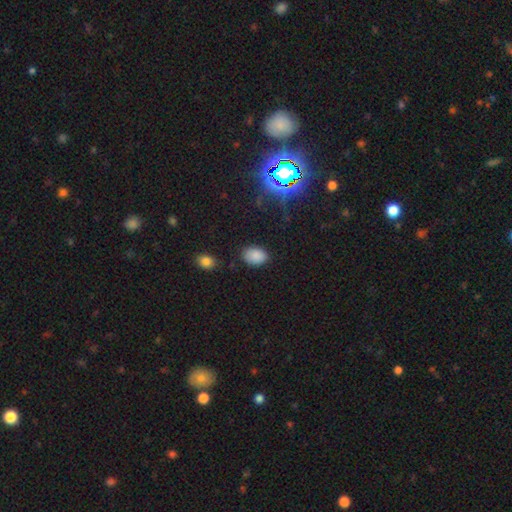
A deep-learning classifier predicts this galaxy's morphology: smooth-or-featured: smooth: 83% | star or artifact: 12% | featured or disk: 5%
  how-rounded: in between: 83% | round: 16% | cigar-shaped: 1%
  merging: none: 80% | minor disturbance: 14% | major disturbance: 3% | merger: 2%